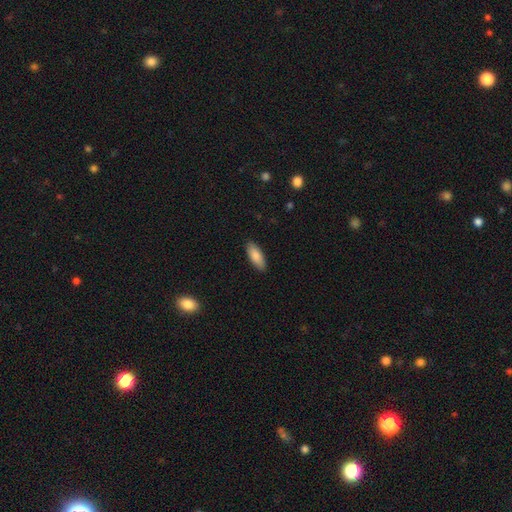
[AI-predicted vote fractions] Smooth or featured? smooth (85%)
How rounded? in between (73%)
Merging? none (88%)